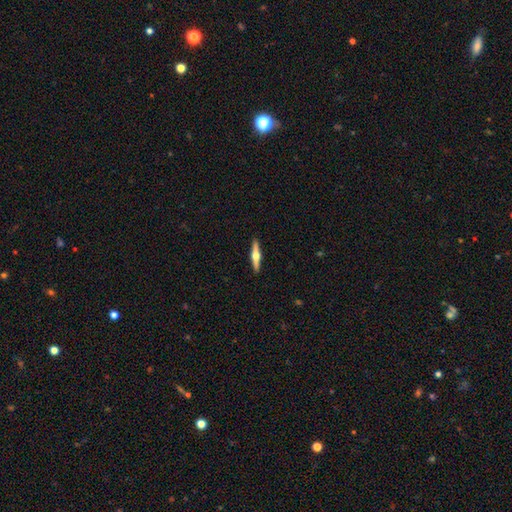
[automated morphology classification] A featured or disk galaxy (70%) viewed edge-on (98%) with a rounded central bulge (95%).

Vote fractions:
- Smooth or featured? featured or disk: 70% / smooth: 25% / star or artifact: 5%
- Edge-on disk? yes: 98% / no: 2%
- Edge-on bulge? rounded: 95% / boxy: 3% / none: 2%
- Merging? none: 92% / minor disturbance: 6% / major disturbance: 1% / merger: 1%